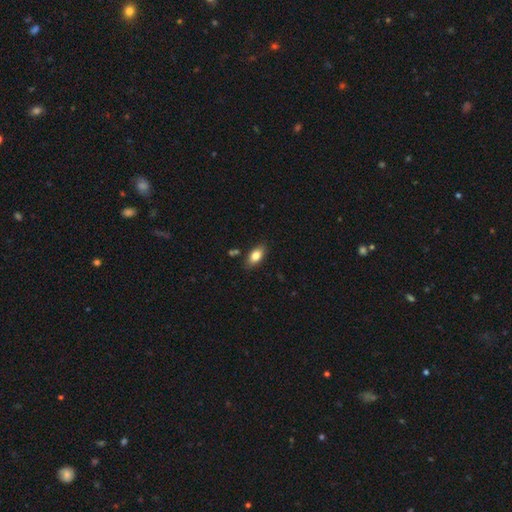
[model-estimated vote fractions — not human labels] This is clearly a smooth galaxy (81%). How rounded: clearly in between (89%). Merging: clearly none (84%).